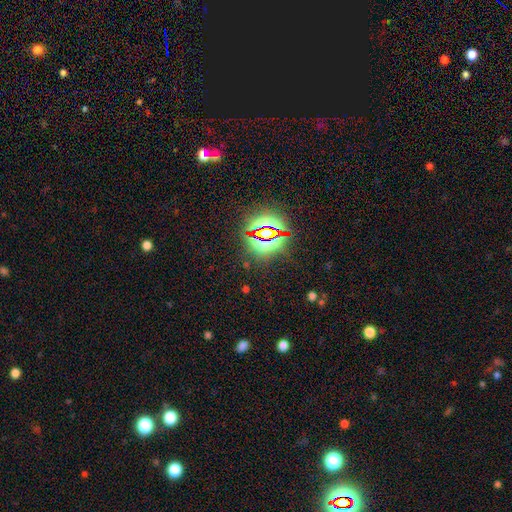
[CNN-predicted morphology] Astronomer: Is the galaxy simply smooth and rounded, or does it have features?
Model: star or artifact — 84%.